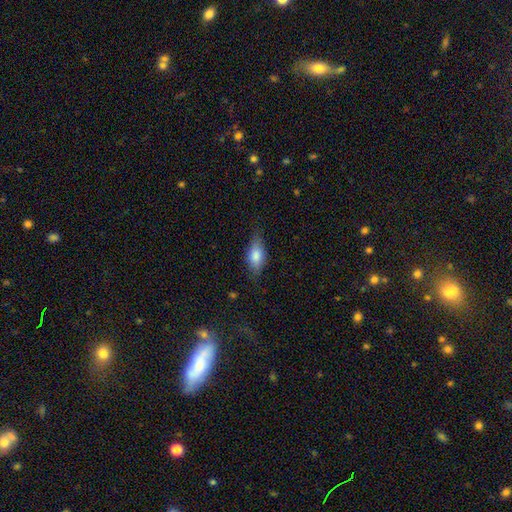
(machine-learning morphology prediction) A smooth galaxy with no disk features (75%) that is in between round and cigar-shaped (82%). Merging: none (72%).